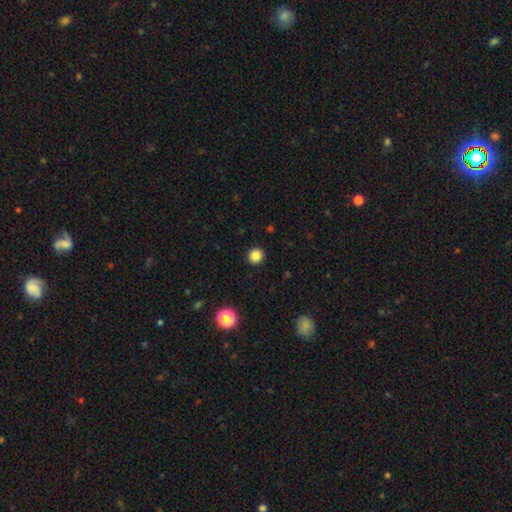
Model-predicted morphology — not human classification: Smooth or featured? Predicted: smooth (p=0.84). How rounded? Predicted: round (p=0.95). Merging? Predicted: none (p=0.93).